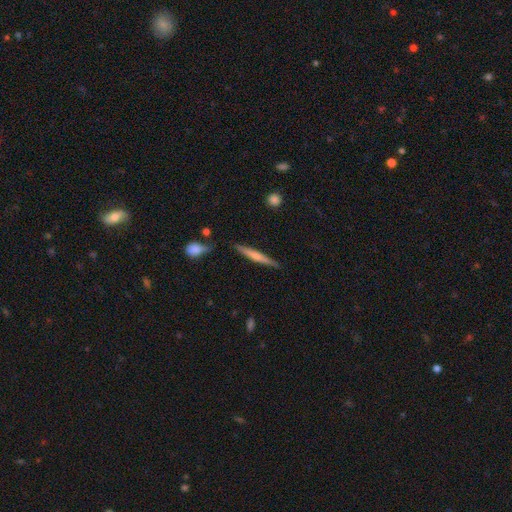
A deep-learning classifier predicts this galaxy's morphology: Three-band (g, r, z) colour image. It shows a featured or disk galaxy (47%, tied with smooth). Merging: none (86%).